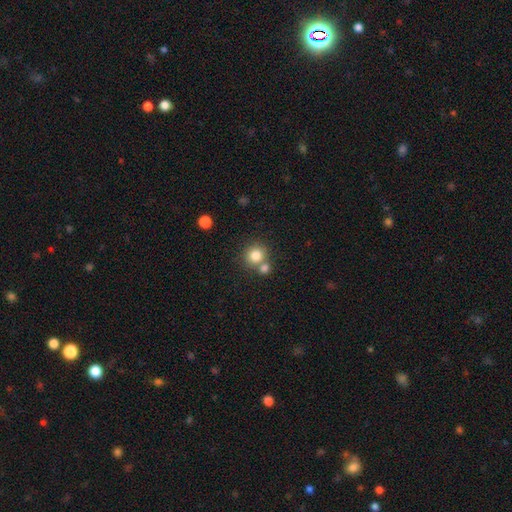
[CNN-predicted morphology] A smooth galaxy with no disk features (81%) that is round (89%). Merging: none (60%).